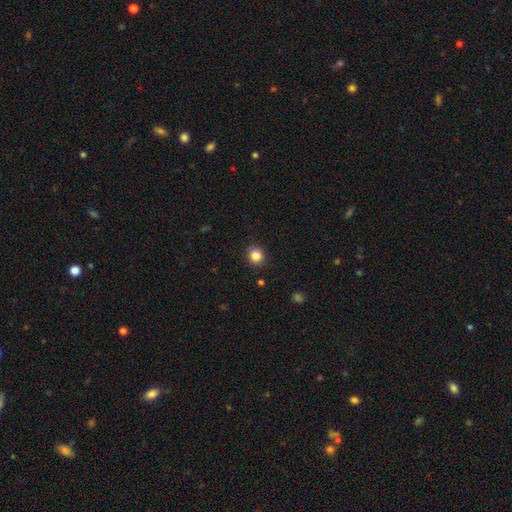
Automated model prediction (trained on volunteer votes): A smooth galaxy with no disk features (83%) that is round (84%).

Vote fractions:
- Smooth or featured? smooth: 83% / star or artifact: 12% / featured or disk: 5%
- How rounded? round: 84% / in between: 15% / cigar-shaped: 1%
- Merging? none: 82% / minor disturbance: 12% / merger: 3% / major disturbance: 3%